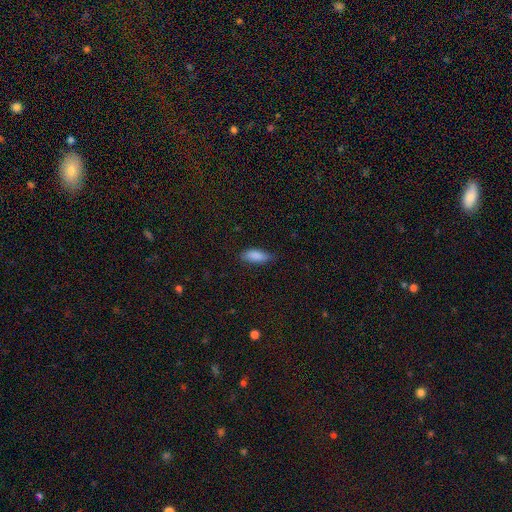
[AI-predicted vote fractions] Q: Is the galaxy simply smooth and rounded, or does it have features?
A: smooth — 87%.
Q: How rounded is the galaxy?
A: in between — 80%.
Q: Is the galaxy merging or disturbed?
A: none — 76%.